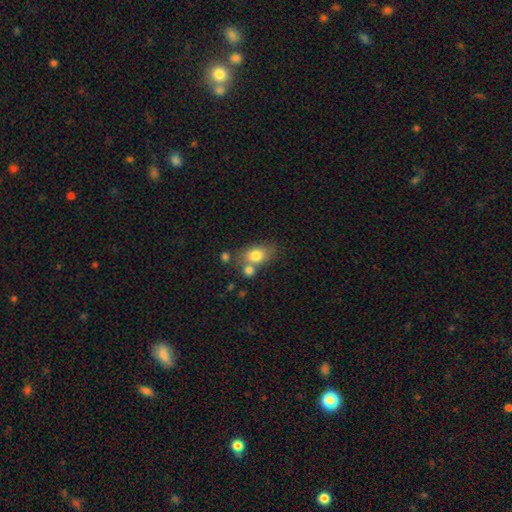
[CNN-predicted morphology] smooth_or_featured: smooth (p=0.78) [alt: featured or disk p=0.13]
how_rounded: in between (p=0.73) [alt: round p=0.25]
merging: none (p=0.49) [alt: merger p=0.29]